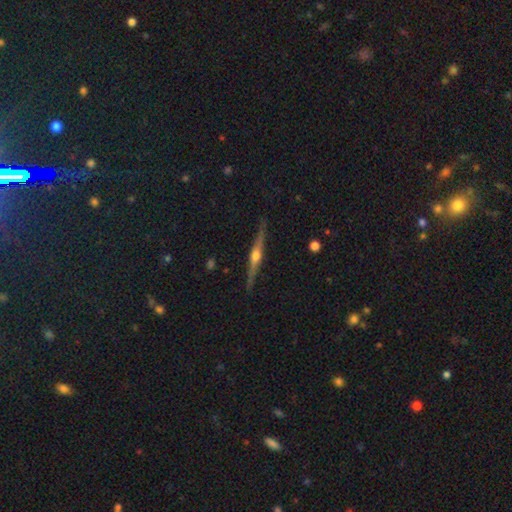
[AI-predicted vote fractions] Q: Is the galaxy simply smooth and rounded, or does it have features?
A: featured or disk — 80%.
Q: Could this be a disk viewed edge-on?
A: yes — 98%.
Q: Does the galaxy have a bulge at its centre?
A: rounded — 91%.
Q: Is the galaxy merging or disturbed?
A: none — 87%.